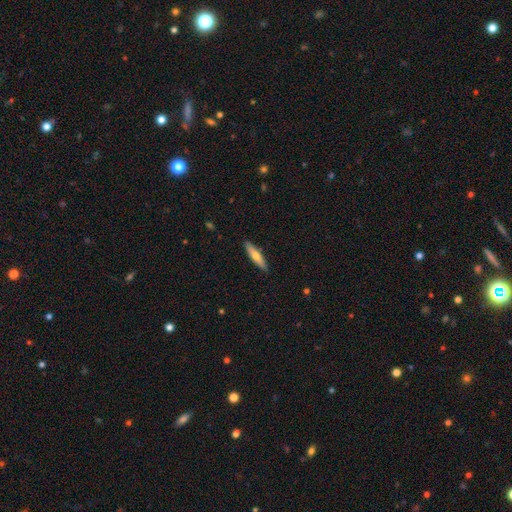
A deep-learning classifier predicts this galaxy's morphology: Smooth or featured? Predicted: smooth (p=0.62). How rounded? Predicted: cigar-shaped (p=0.82). Merging? Predicted: none (p=0.90).